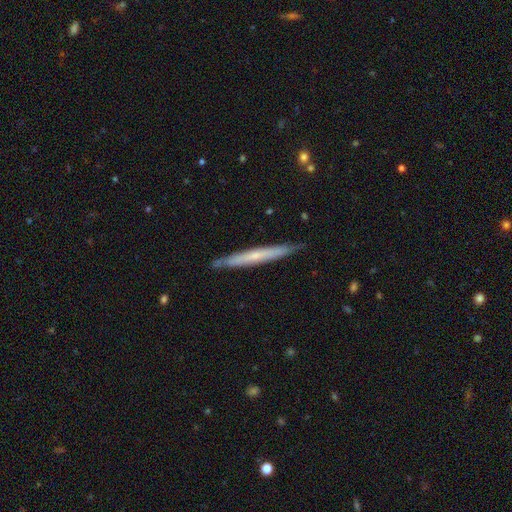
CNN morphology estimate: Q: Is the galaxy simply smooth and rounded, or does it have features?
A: featured or disk — 51%.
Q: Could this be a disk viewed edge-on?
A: yes — 93%.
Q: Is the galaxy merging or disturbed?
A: none — 86%.